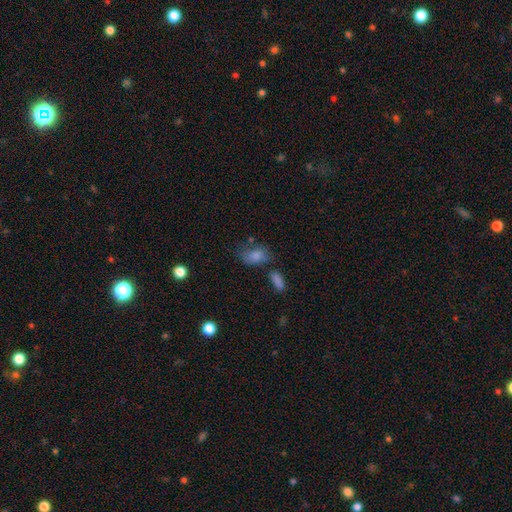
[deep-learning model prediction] smooth-or-featured: smooth: 69% | featured or disk: 16% | star or artifact: 15%
  how-rounded: in between: 80% | round: 18% | cigar-shaped: 3%
  merging: none: 53% | minor disturbance: 23% | merger: 13% | major disturbance: 11%